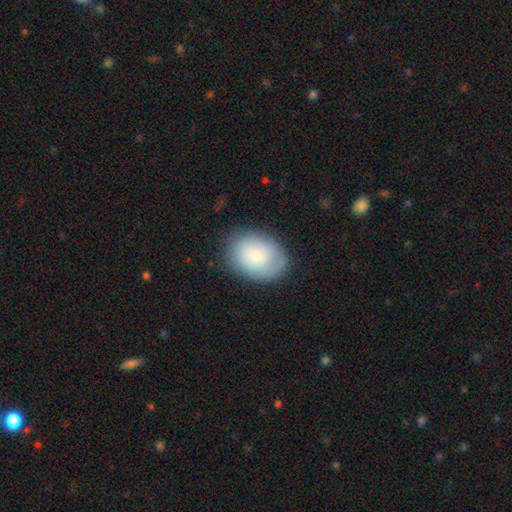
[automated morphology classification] Overall: smooth (70%). How rounded: in between (70%). Merging: none (76%).